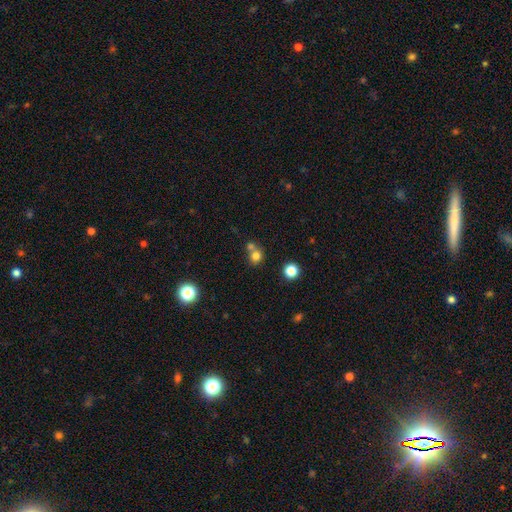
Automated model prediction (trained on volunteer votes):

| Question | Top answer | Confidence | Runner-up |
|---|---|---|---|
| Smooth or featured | smooth | 76% | star or artifact (14%) |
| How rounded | round | 83% | in between (16%) |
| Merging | none | 46% | merger (43%) |